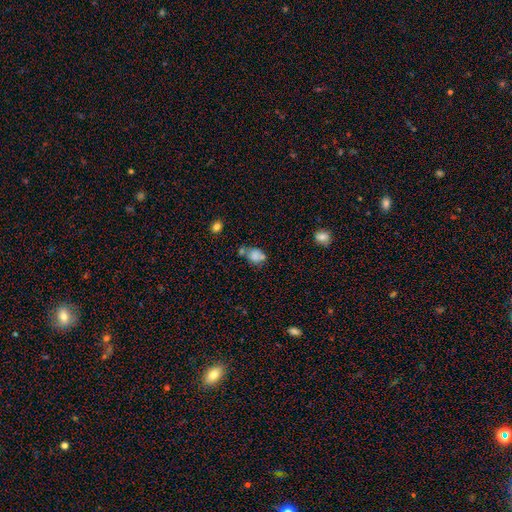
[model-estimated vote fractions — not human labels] A smooth galaxy with no disk features (76%) that is in between round and cigar-shaped (58%).

Vote fractions:
- Smooth or featured? smooth: 76% / featured or disk: 13% / star or artifact: 12%
- How rounded? in between: 58% / round: 40% / cigar-shaped: 2%
- Merging? none: 39% / merger: 29% / minor disturbance: 22% / major disturbance: 10%